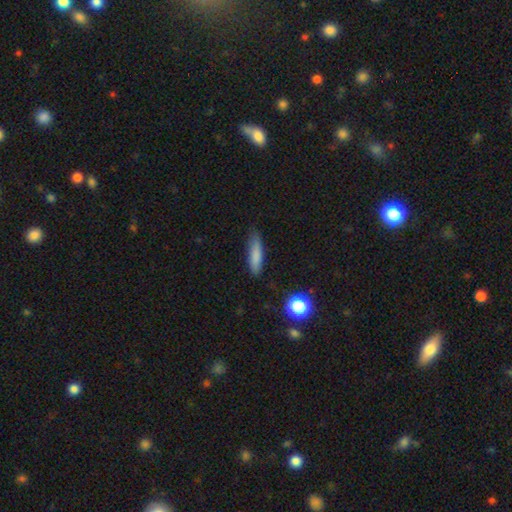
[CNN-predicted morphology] Smooth or featured? Predicted: smooth (p=0.82). How rounded? Predicted: cigar-shaped (p=0.71). Merging? Predicted: none (p=0.77).